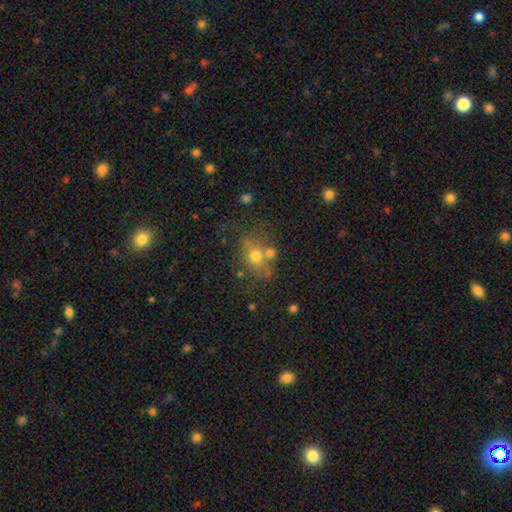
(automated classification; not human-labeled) smooth_or_featured: smooth (p=0.65) [alt: featured or disk p=0.20]
how_rounded: round (p=0.63) [alt: in between p=0.36]
merging: none (p=0.52) [alt: merger p=0.26]